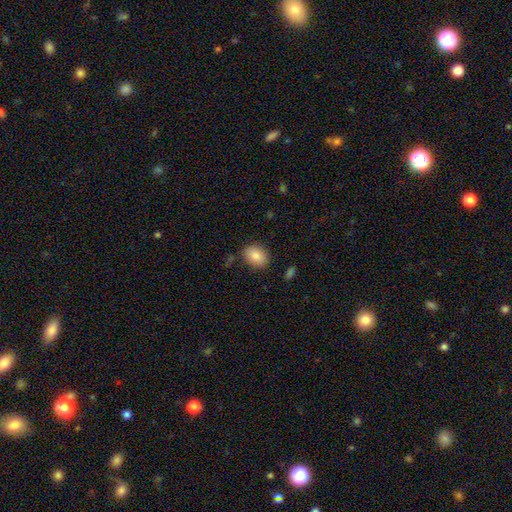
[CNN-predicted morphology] The model was most divided on "how rounded": in between: 65%, round: 34%, cigar-shaped: 1%. More confident: smooth or featured — smooth (86%); merging — none (82%).